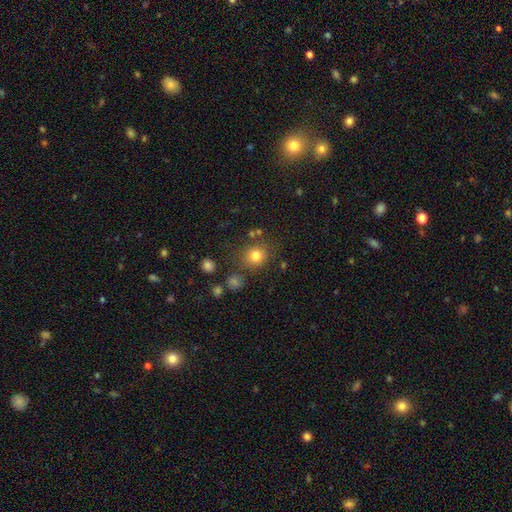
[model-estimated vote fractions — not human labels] Smooth or featured: smooth — 79% (star or artifact — 14%)
How rounded: round — 83% (in between — 16%)
Merging: none — 78% (minor disturbance — 11%)